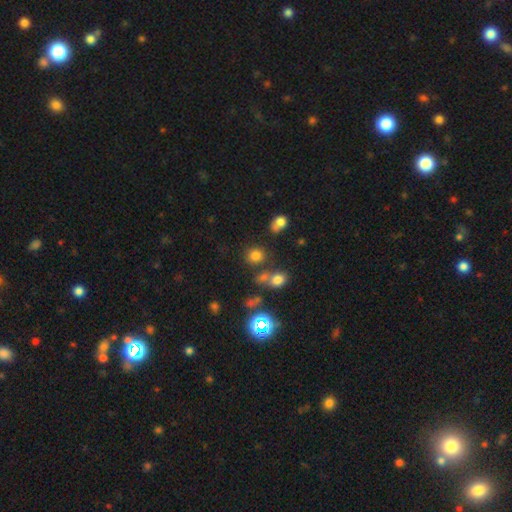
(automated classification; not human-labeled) The model was most divided on "smooth or featured": smooth: 73%, star or artifact: 20%, featured or disk: 7%. More confident: how rounded — round (80%); merging — none (71%).